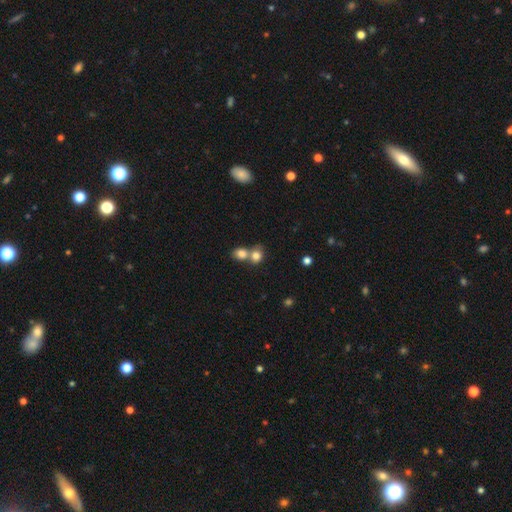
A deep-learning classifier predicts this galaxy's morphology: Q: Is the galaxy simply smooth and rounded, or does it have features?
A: smooth — 80%.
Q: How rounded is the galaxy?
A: round — 66%.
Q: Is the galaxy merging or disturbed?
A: merger — 58%.